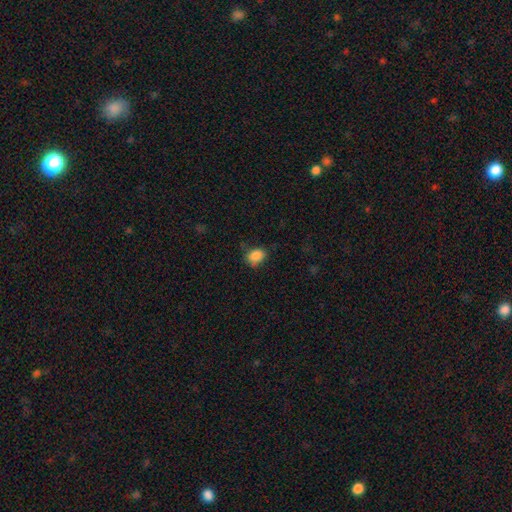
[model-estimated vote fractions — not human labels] This is clearly a smooth galaxy (86%). How rounded: likely in between (69%). Merging: likely none (65%).